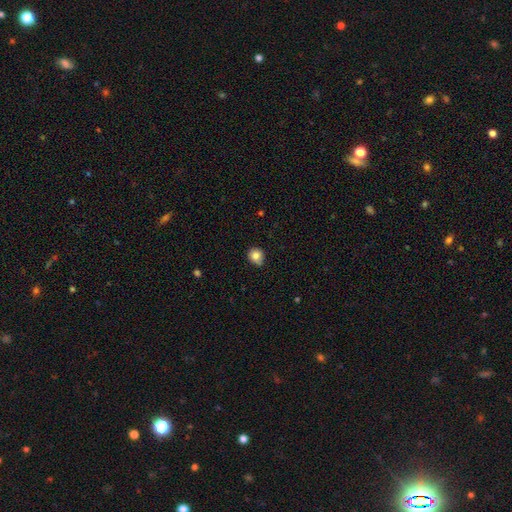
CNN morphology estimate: smooth_or_featured: smooth (p=0.82) [alt: star or artifact p=0.10]
how_rounded: round (p=0.81) [alt: in between p=0.18]
merging: none (p=0.75) [alt: minor disturbance p=0.20]